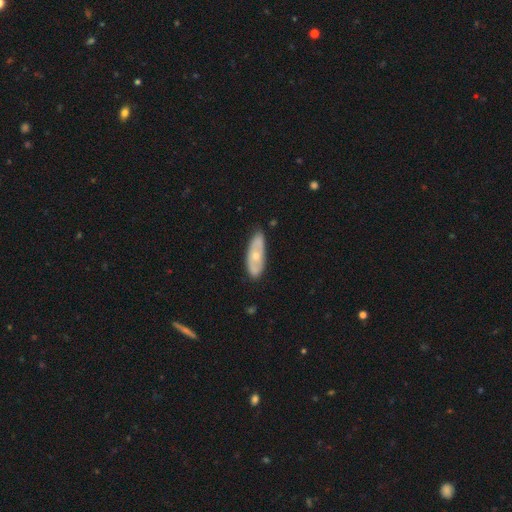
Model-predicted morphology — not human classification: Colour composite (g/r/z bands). It shows a featured or disk galaxy (52%). Merging: none (78%).